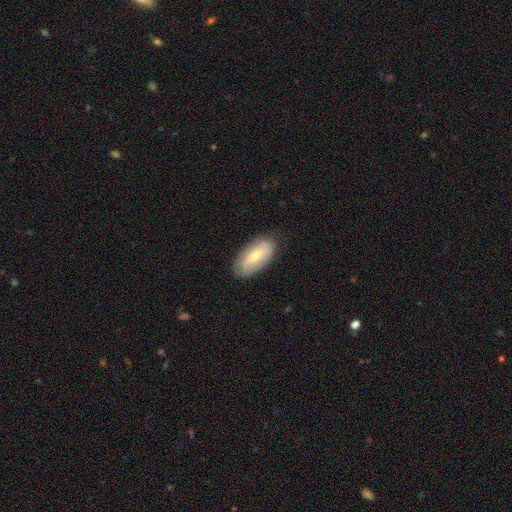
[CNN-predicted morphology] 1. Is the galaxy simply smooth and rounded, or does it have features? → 60% smooth, 34% featured or disk, 6% star or artifact.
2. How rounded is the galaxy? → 90% in between, 7% cigar-shaped, 3% round.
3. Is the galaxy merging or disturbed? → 82% none, 14% minor disturbance, 3% major disturbance, 1% merger.